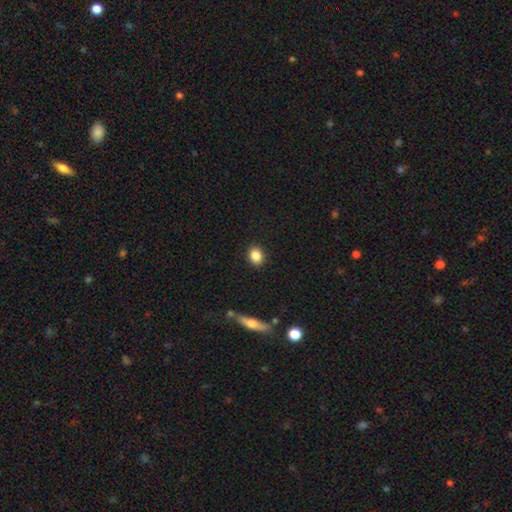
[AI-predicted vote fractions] Morphology: type=smooth (86%); roundness=round (51%); merging=none (89%).